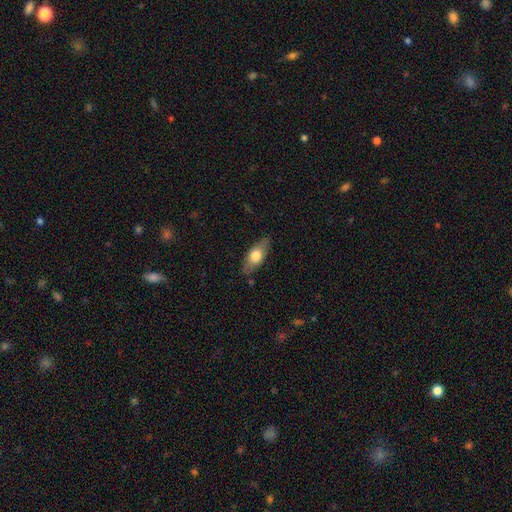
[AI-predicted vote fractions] Smooth or featured?
  - smooth: 64% *
  - featured or disk: 30%
  - star or artifact: 6%
How rounded?
  - in between: 78% *
  - cigar-shaped: 18%
  - round: 4%
Merging?
  - none: 82% *
  - minor disturbance: 13%
  - major disturbance: 3%
  - merger: 1%